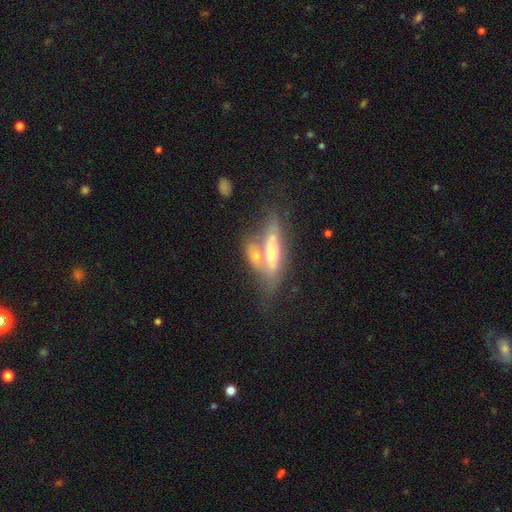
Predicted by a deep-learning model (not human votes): featured or disk 56%, smooth 37%, star or artifact 7%. Down the decision tree: edge-on disk — no (52%); merging — merger (47%).